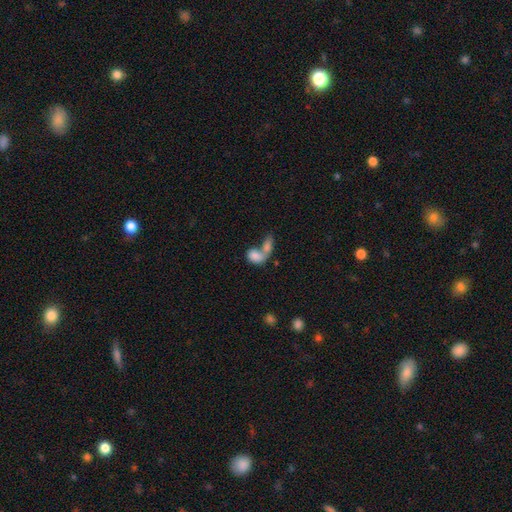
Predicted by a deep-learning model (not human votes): The model was most divided on "merging": merger: 73%, none: 15%, major disturbance: 6%, minor disturbance: 6%. More confident: smooth or featured — smooth (79%); how rounded — in between (79%).